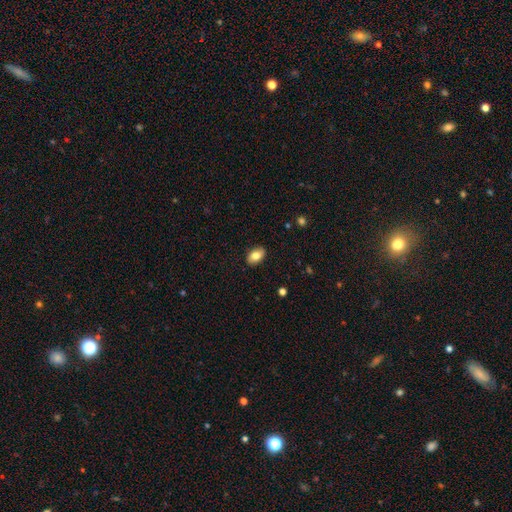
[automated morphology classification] Overall: smooth (80%). How rounded: in between (89%). Merging: none (87%).